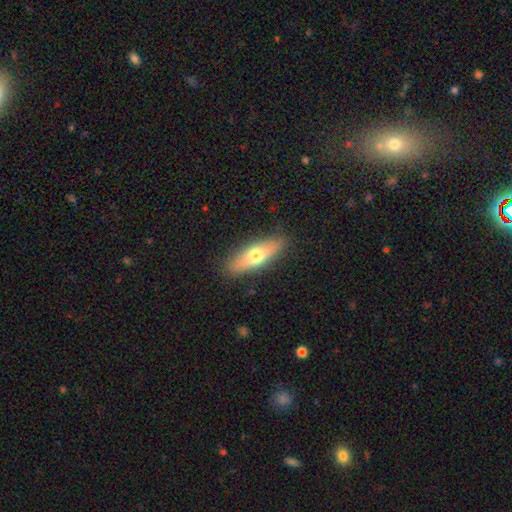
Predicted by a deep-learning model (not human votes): Smooth or featured? smooth (56%)
How rounded? cigar-shaped (51%)
Merging? none (87%)